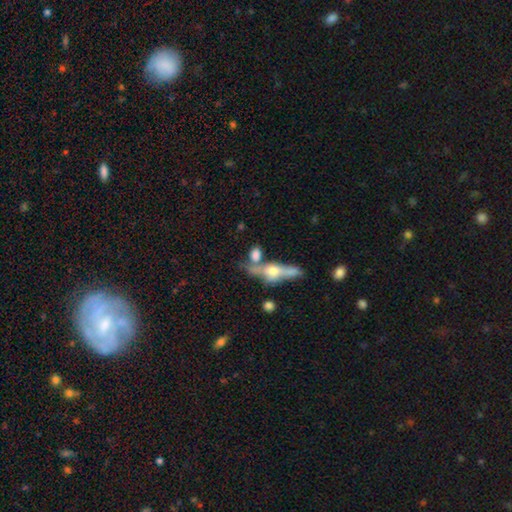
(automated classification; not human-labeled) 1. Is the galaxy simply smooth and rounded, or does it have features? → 58% smooth, 32% featured or disk, 10% star or artifact.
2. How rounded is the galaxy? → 53% in between, 24% round, 23% cigar-shaped.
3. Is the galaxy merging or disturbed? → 46% none, 32% merger, 14% minor disturbance, 8% major disturbance.